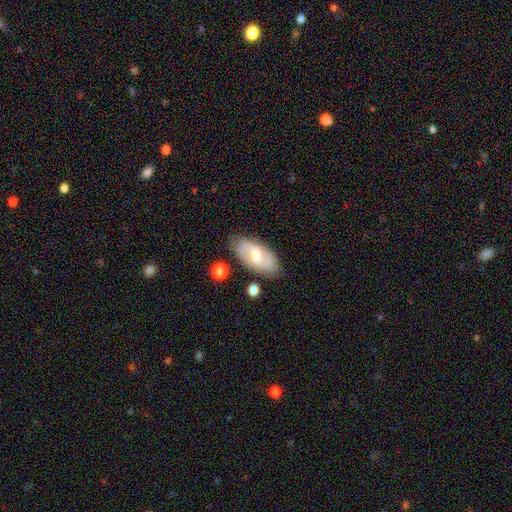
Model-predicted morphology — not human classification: This appears to be a featured or disk galaxy (67%) with a weak bar (53%), 2 (86%) medium (47%) spiral arms (88%) and a moderate central bulge (57%). Merging: none (81%).